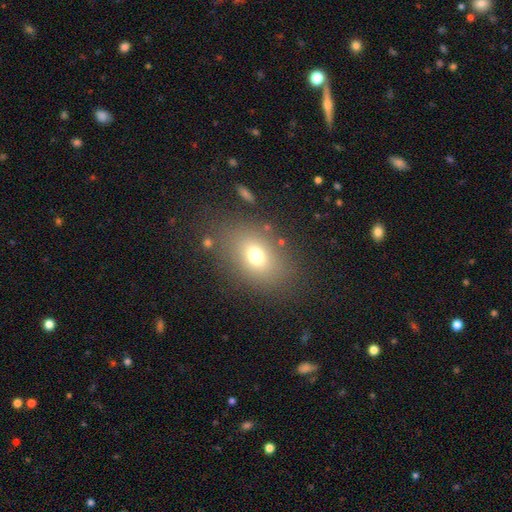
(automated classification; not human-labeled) This is likely a smooth galaxy (71%). How rounded: likely in between (68%). Merging: likely none (79%).